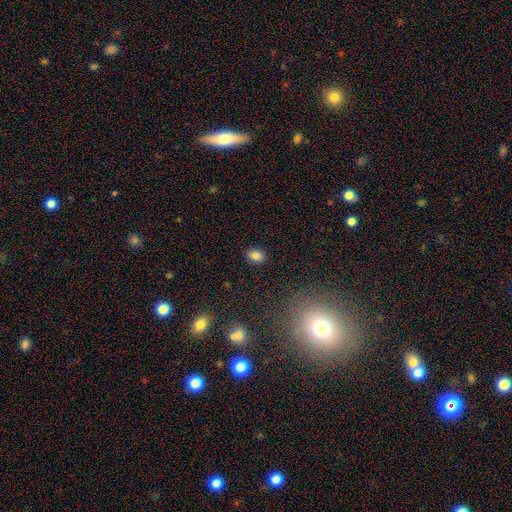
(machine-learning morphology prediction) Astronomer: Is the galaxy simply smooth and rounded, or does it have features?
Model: smooth — 82%.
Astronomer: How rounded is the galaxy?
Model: in between — 69%.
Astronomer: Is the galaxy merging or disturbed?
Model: none — 88%.